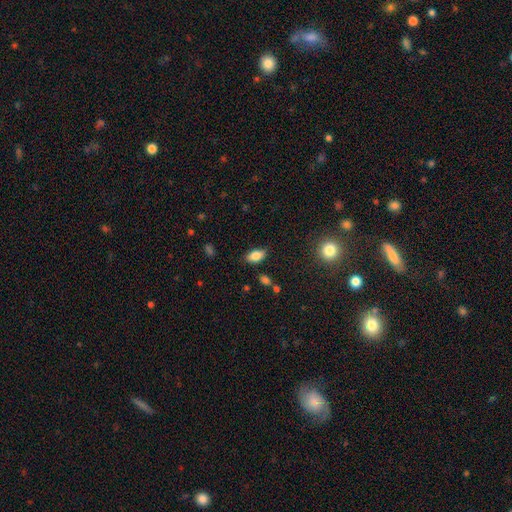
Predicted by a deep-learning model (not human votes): Smooth or featured?
  - smooth: 83% *
  - star or artifact: 9%
  - featured or disk: 8%
How rounded?
  - in between: 91% *
  - round: 5%
  - cigar-shaped: 4%
Merging?
  - none: 81% *
  - minor disturbance: 14%
  - major disturbance: 3%
  - merger: 2%